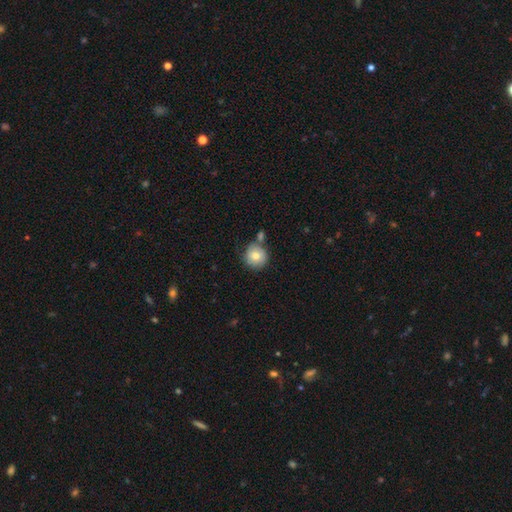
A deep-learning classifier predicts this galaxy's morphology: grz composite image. It shows a smooth galaxy with no disk features (75%) that is round (92%). Merging: none (62%).